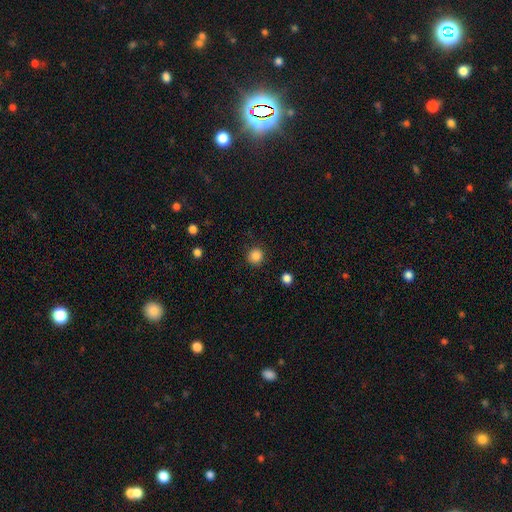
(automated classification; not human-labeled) This appears to be a smooth galaxy with no disk features (86%) that is round (94%). Merging: none (91%).